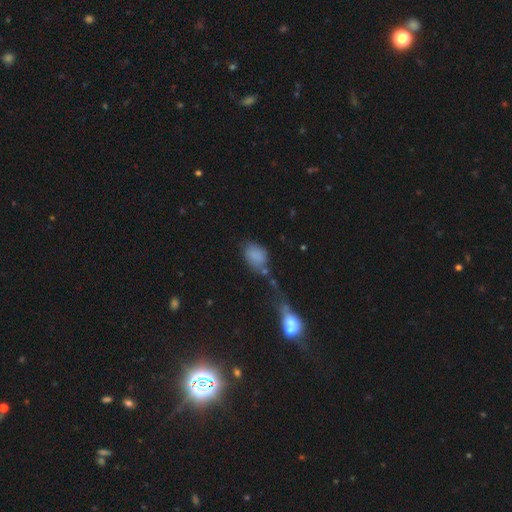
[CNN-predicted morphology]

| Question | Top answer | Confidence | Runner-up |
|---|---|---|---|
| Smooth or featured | smooth | 81% | star or artifact (10%) |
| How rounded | in between | 82% | round (16%) |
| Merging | none | 45% | minor disturbance (24%) |